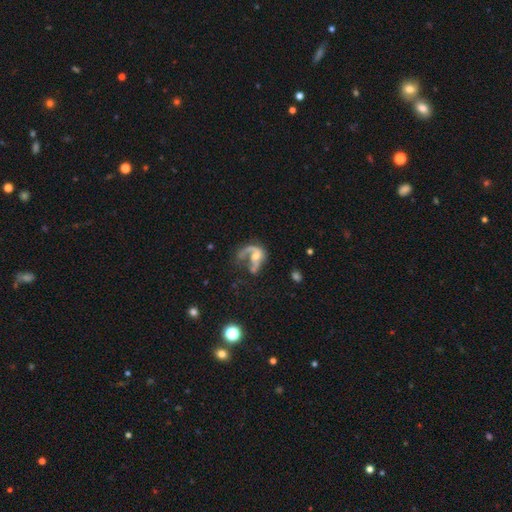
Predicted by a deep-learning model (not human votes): This appears to be a featured or disk galaxy (70%) with no bar (63%), spiral arms (73%) and a moderate central bulge (46%). Merging: major disturbance (49%).